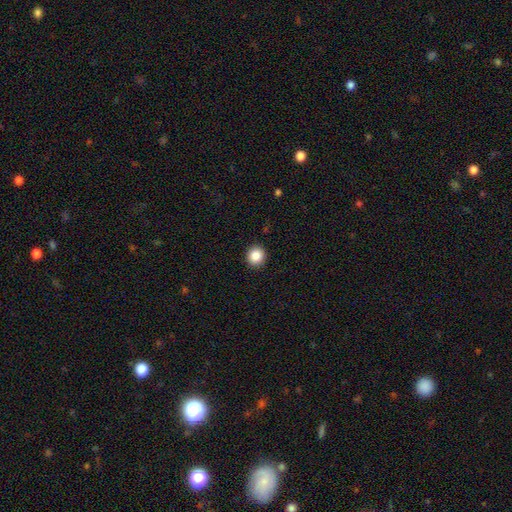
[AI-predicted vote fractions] This appears to be a smooth galaxy with no disk features (87%) that is round (89%). Merging: none (92%).